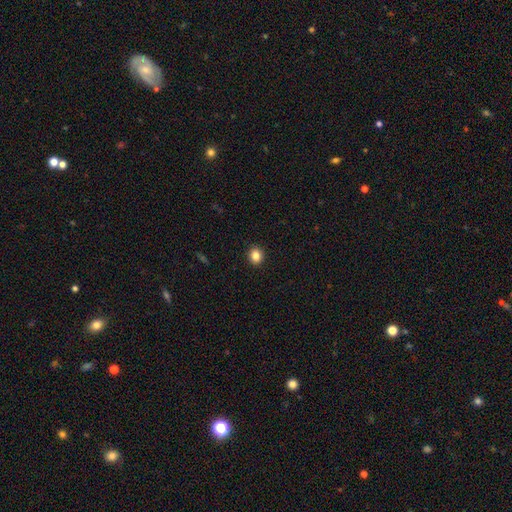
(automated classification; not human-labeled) Smooth or featured? smooth (84%)
How rounded? round (75%)
Merging? none (92%)